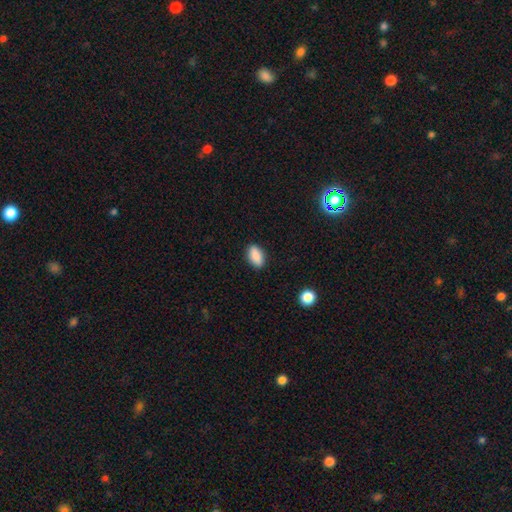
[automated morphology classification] The model was most divided on "merging": none: 88%, minor disturbance: 9%, major disturbance: 2%, merger: 1%. More confident: how rounded — in between (90%); smooth or featured — smooth (88%).